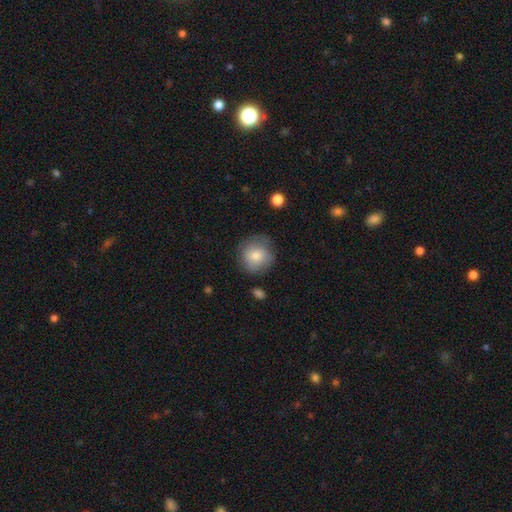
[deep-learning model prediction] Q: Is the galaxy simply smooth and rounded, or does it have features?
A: smooth — 77%.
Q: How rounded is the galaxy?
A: round — 92%.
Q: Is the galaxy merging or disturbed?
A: none — 75%.